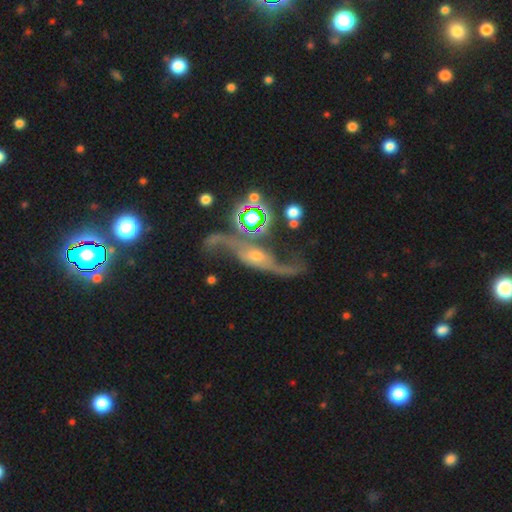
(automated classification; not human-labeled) Morphology: type=featured or disk (80%); edge-on=no (86%); bar=no (57%); spiral arms=yes (93%); winding=loose (90%); arm count=2 (92%); bulge=moderate (44%, tied with small); merging=none (45%).